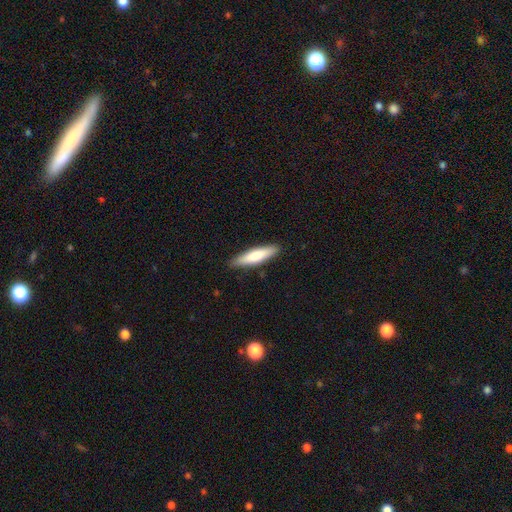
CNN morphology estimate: Smooth or featured?
  - smooth: 71% *
  - featured or disk: 24%
  - star or artifact: 5%
How rounded?
  - cigar-shaped: 78% *
  - in between: 21%
  - round: 1%
Merging?
  - none: 88% *
  - minor disturbance: 9%
  - major disturbance: 2%
  - merger: 1%